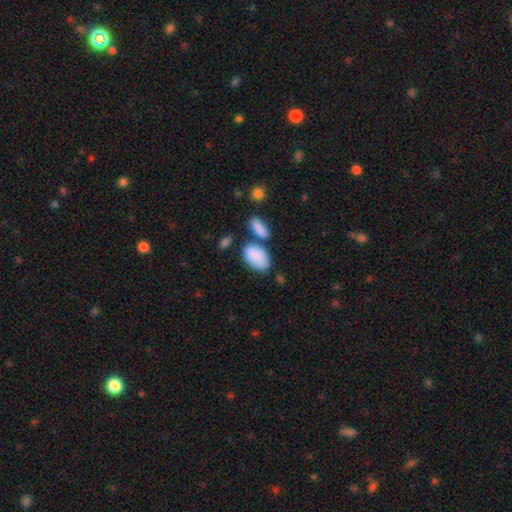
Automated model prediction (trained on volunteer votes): Smooth or featured? Predicted: smooth (p=0.86). How rounded? Predicted: in between (p=0.93). Merging? Predicted: none (p=0.54).